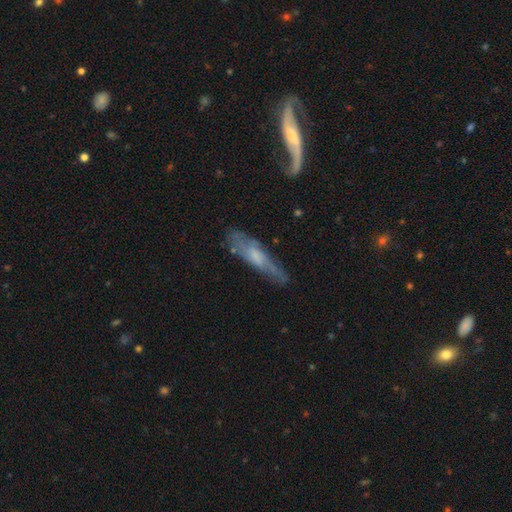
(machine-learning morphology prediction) featured or disk 53%, smooth 40%, star or artifact 7%. Down the decision tree: edge-on disk — yes (53%); merging — none (61%).